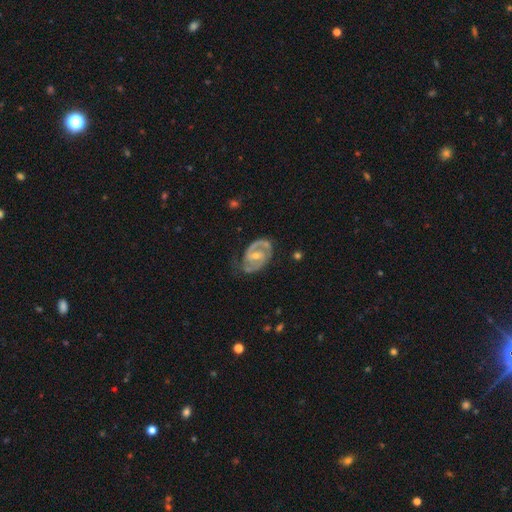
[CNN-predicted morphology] smooth_or_featured: featured or disk (p=0.91) [alt: smooth p=0.05]
disk_edge_on: no (p=0.98) [alt: yes p=0.02]
bar: weak (p=0.50) [alt: no p=0.31]
has_spiral_arms: yes (p=0.98) [alt: no p=0.02]
spiral_winding: medium (p=0.51) [alt: tight p=0.39]
spiral_arm_count: 2 (p=0.90) [alt: 1 p=0.03]
bulge_size: small (p=0.50) [alt: moderate p=0.45]
merging: none (p=0.69) [alt: minor disturbance p=0.21]